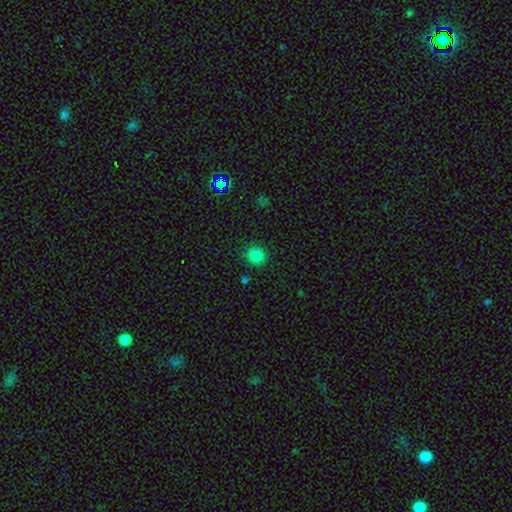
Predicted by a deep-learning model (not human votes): The model was most divided on "smooth or featured": smooth: 83%, star or artifact: 13%, featured or disk: 4%. More confident: merging — none (89%); how rounded — round (85%).